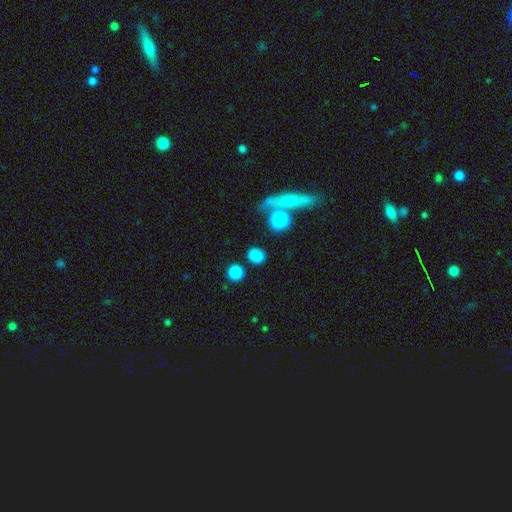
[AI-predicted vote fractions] Smooth or featured? Predicted: smooth (p=0.83). How rounded? Predicted: round (p=0.77). Merging? Predicted: none (p=0.84).